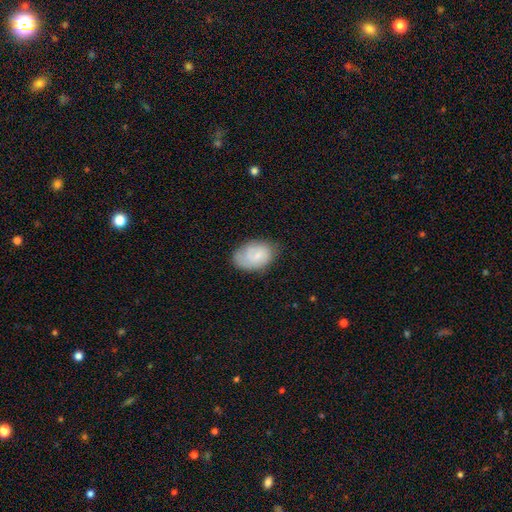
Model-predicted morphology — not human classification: The model was most divided on "smooth or featured": smooth: 62%, featured or disk: 30%, star or artifact: 7%. More confident: how rounded — in between (84%); merging — none (64%).